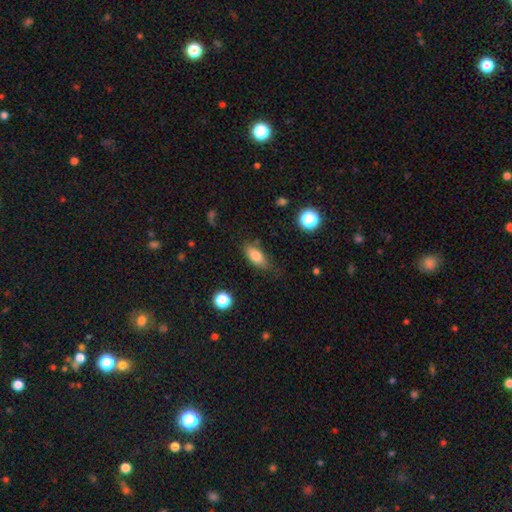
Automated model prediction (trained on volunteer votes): Smooth or featured? Predicted: smooth (p=0.79). How rounded? Predicted: in between (p=0.83). Merging? Predicted: none (p=0.76).